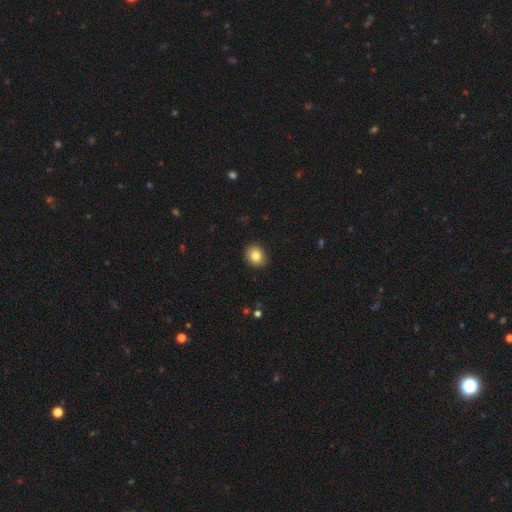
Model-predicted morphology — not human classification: A smooth galaxy with no disk features (84%) that is round (60%).

Vote fractions:
- Smooth or featured? smooth: 84% / star or artifact: 9% / featured or disk: 7%
- How rounded? round: 60% / in between: 39% / cigar-shaped: 1%
- Merging? none: 89% / minor disturbance: 8% / major disturbance: 2% / merger: 1%